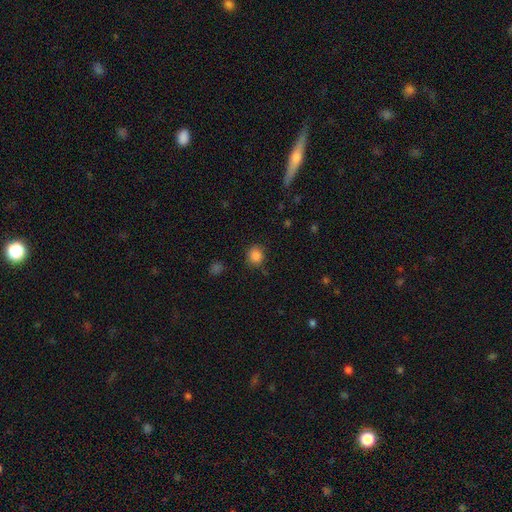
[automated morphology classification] Smooth or featured?
  - smooth: 85% *
  - star or artifact: 11%
  - featured or disk: 4%
How rounded?
  - round: 82% *
  - in between: 17%
  - cigar-shaped: 1%
Merging?
  - none: 82% *
  - minor disturbance: 13%
  - major disturbance: 4%
  - merger: 2%